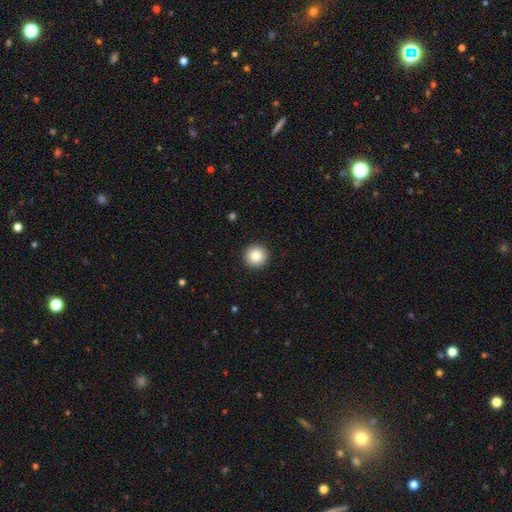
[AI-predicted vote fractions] This is clearly a smooth galaxy (84%). How rounded: clearly round (96%). Merging: clearly none (93%).